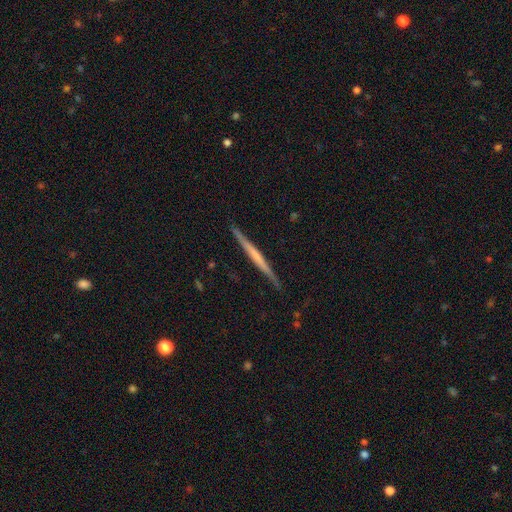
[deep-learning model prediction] Smooth or featured?
  - featured or disk: 60% *
  - smooth: 34%
  - star or artifact: 5%
Edge-on disk?
  - yes: 98% *
  - no: 2%
Edge-on bulge?
  - none: 72% *
  - rounded: 18%
  - boxy: 10%
Merging?
  - none: 89% *
  - minor disturbance: 8%
  - major disturbance: 2%
  - merger: 1%